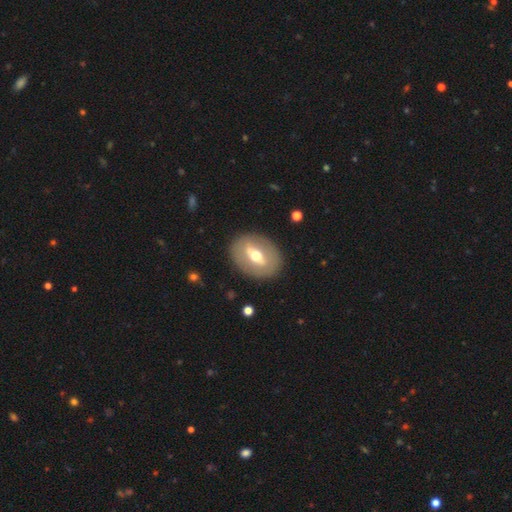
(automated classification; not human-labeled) Overall: featured or disk (55%; smooth 38%). Edge-on disk: no (81%). Merging: none (86%).